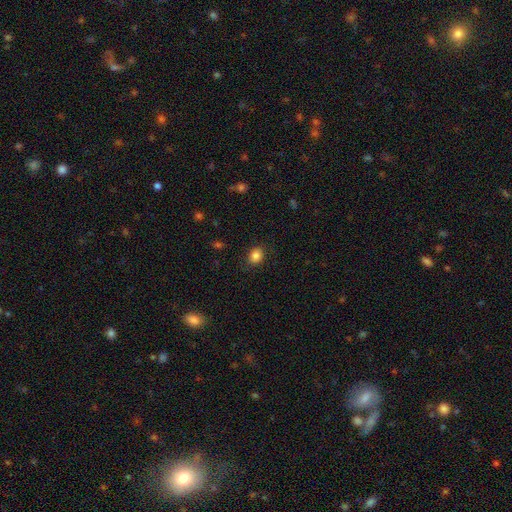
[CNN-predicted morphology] This is clearly a smooth galaxy (85%). How rounded: possibly round (50%). Merging: clearly none (85%).